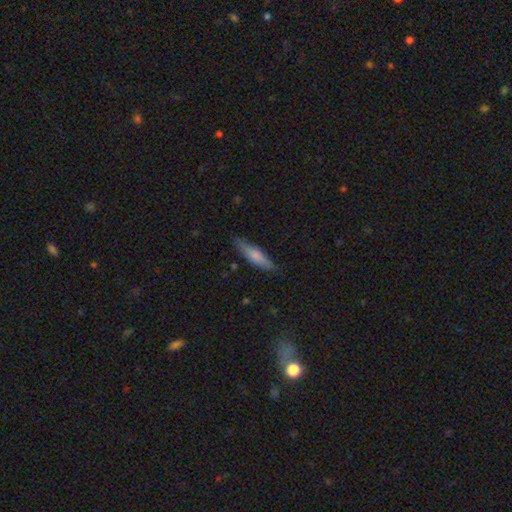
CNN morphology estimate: Smooth or featured? Predicted: smooth (p=0.70). How rounded? Predicted: cigar-shaped (p=0.72). Merging? Predicted: none (p=0.84).